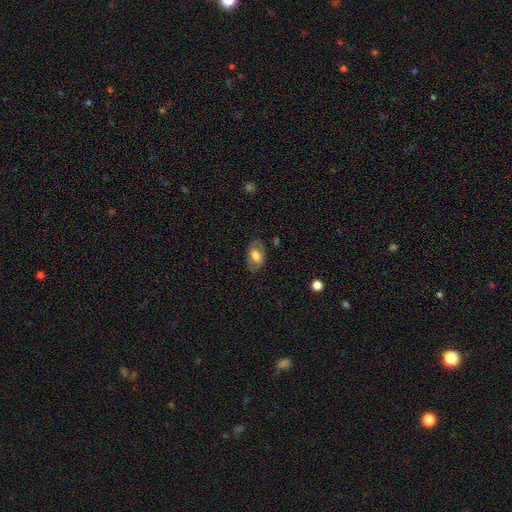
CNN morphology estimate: A smooth galaxy with no disk features (59%) that is in between round and cigar-shaped (90%). Merging: none (78%).